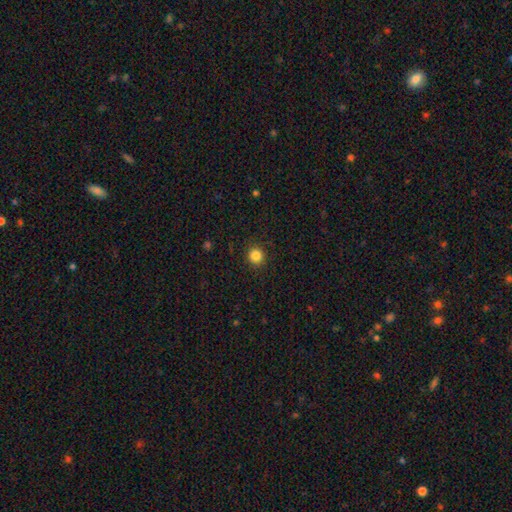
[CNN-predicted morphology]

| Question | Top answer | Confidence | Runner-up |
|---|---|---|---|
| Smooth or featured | smooth | 84% | star or artifact (12%) |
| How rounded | round | 93% | in between (6%) |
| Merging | none | 91% | minor disturbance (6%) |